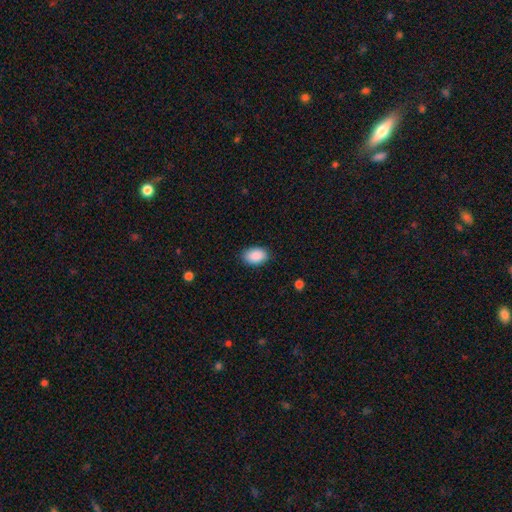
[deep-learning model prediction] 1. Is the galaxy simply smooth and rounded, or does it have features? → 90% smooth, 7% star or artifact, 3% featured or disk.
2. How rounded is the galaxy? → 88% in between, 11% round, 1% cigar-shaped.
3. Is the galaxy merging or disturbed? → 87% none, 10% minor disturbance, 2% major disturbance, 1% merger.